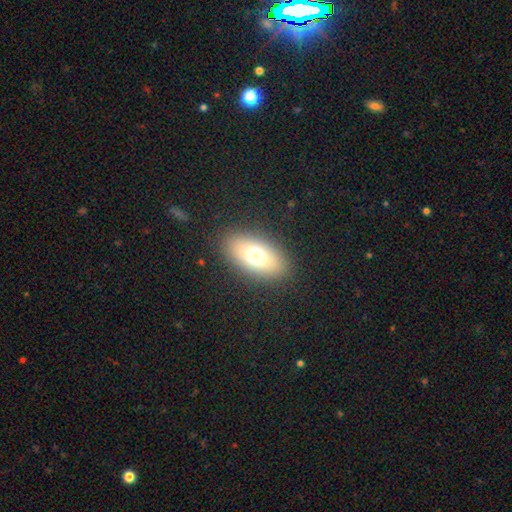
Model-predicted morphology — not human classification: Smooth or featured? Predicted: smooth (p=0.69). How rounded? Predicted: in between (p=0.85). Merging? Predicted: none (p=0.86).